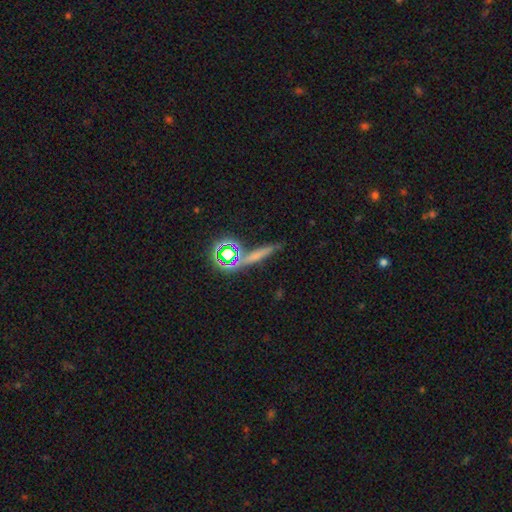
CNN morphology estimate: This appears to be a smooth galaxy with no disk features (49%). Merging: none (70%).